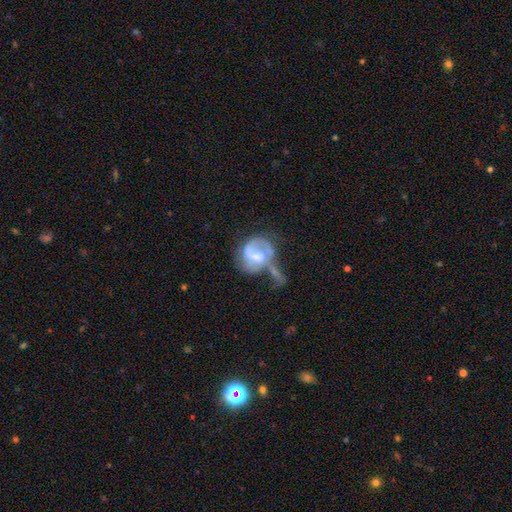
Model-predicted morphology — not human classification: A featured or disk galaxy (57%) with a weak bar (45%), spiral arms (59%) and a moderate central bulge (42%).

Vote fractions:
- Smooth or featured? featured or disk: 57% / smooth: 36% / star or artifact: 7%
- Edge-on disk? no: 97% / yes: 3%
- Bar? weak: 45% / no: 38% / strong: 17%
- Spiral arms? yes: 59% / no: 41%
- Bulge size? moderate: 42% / small: 31% / none: 17% / large: 8% / dominant: 2%
- Merging? merger: 33% / major disturbance: 31% / none: 20% / minor disturbance: 15%